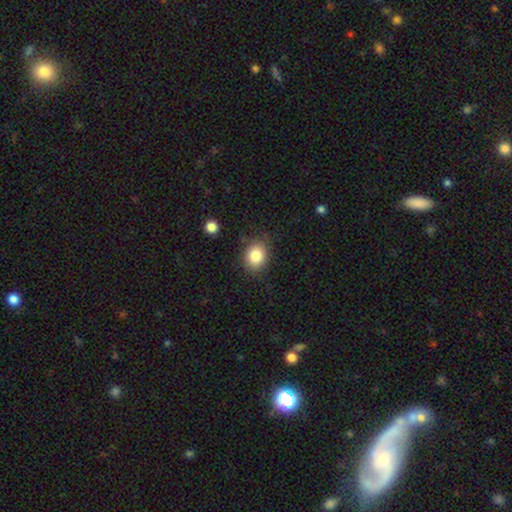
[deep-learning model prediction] Overall: smooth (84%). How rounded: round (56%; in between 44%). Merging: none (82%).